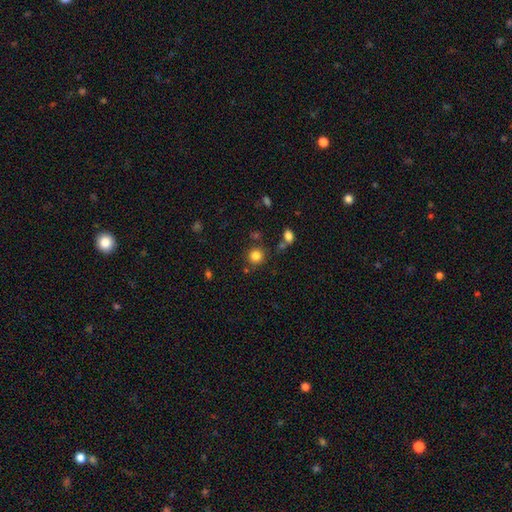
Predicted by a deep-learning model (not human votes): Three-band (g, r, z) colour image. It shows a smooth galaxy with no disk features (82%) that is round (91%). Merging: none (81%).